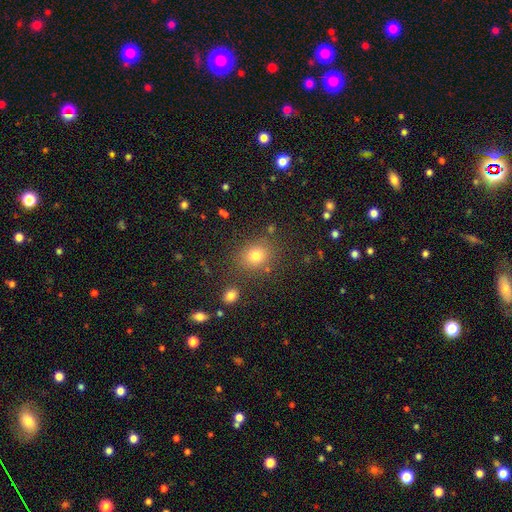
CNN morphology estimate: smooth-or-featured: smooth: 77% | star or artifact: 15% | featured or disk: 8%
  how-rounded: round: 63% | in between: 36% | cigar-shaped: 1%
  merging: none: 81% | minor disturbance: 11% | merger: 5% | major disturbance: 4%